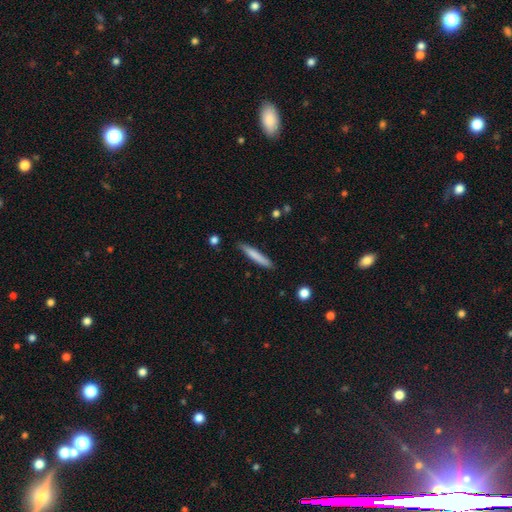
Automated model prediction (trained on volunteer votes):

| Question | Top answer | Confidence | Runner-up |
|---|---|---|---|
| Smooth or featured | smooth | 75% | featured or disk (19%) |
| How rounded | cigar-shaped | 93% | in between (5%) |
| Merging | none | 86% | minor disturbance (11%) |